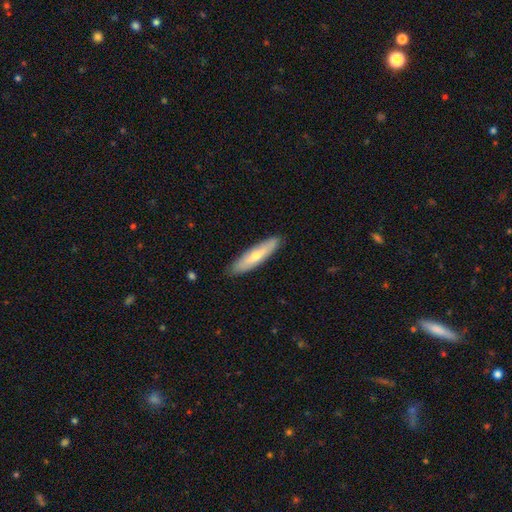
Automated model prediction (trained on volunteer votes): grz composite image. It shows a smooth galaxy with no disk features (51%) that is cigar-shaped (81%). Merging: none (89%).